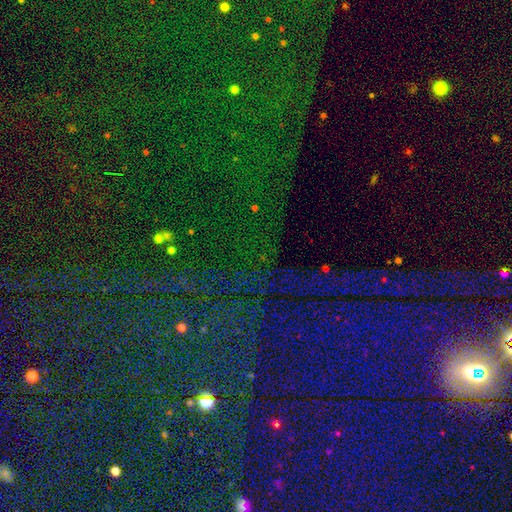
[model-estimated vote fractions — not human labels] Smooth or featured? Predicted: star or artifact (p=0.79).